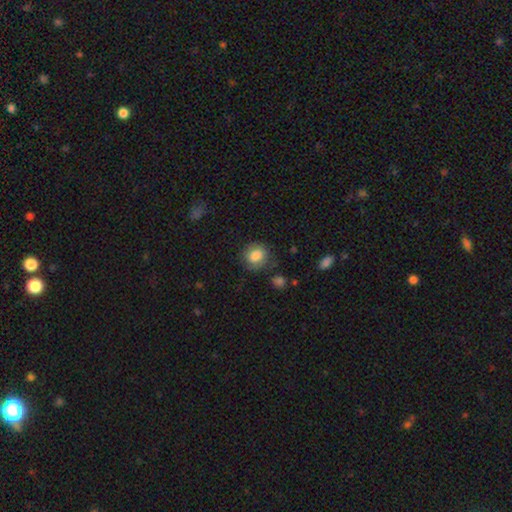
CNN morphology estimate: Overall: smooth (84%). How rounded: round (68%; in between 31%). Merging: none (79%).